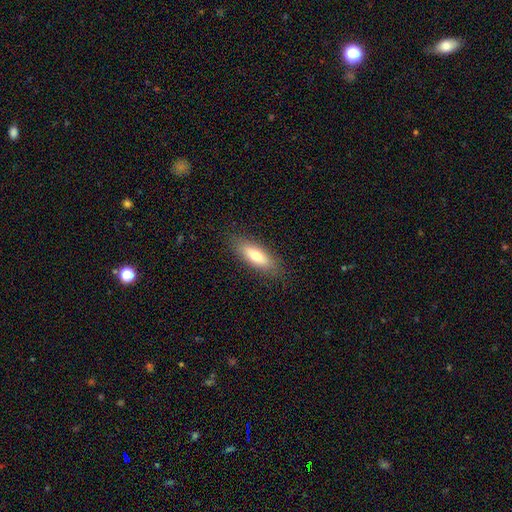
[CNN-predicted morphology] This appears to be a smooth galaxy with no disk features (75%) that is in between round and cigar-shaped (58%). Merging: none (86%).